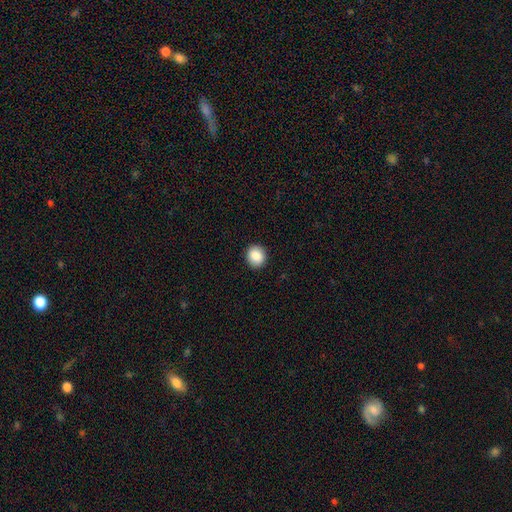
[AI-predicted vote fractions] Smooth or featured? smooth (87%)
How rounded? round (77%)
Merging? none (91%)